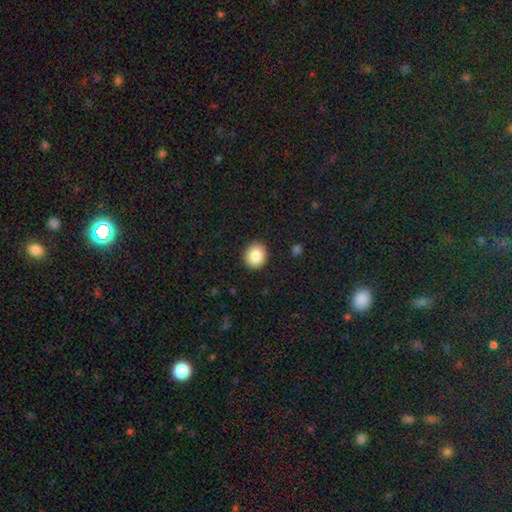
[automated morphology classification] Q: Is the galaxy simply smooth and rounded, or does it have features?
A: smooth — 86%.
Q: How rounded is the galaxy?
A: round — 81%.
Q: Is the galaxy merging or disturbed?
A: none — 91%.